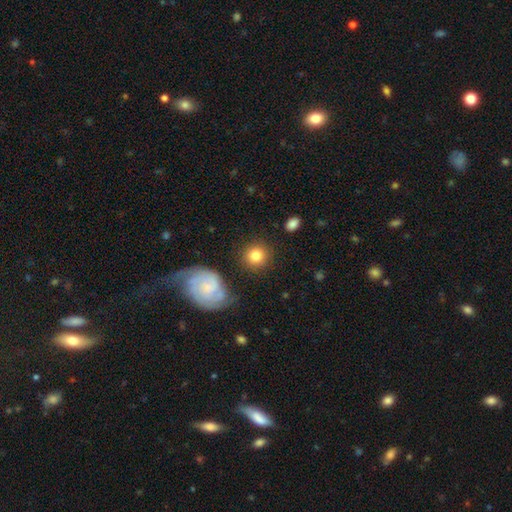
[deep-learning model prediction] A smooth galaxy with no disk features (79%) that is round (91%). Merging: none (84%).